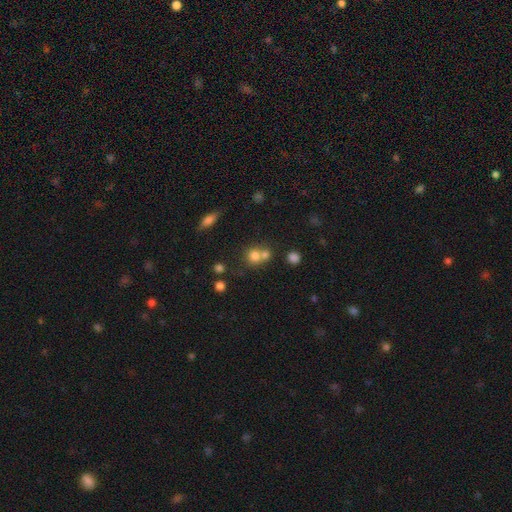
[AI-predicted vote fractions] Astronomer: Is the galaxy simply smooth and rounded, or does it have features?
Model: smooth — 74%.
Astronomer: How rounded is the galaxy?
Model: round — 82%.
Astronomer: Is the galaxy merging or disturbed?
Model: merger — 50% (runner-up: none, 40%).